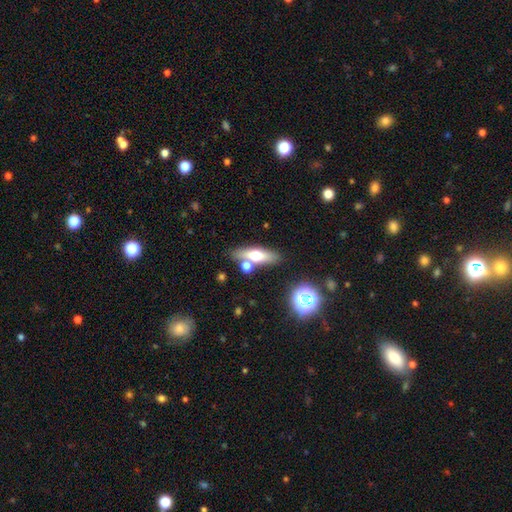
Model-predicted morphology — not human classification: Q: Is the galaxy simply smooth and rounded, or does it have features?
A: smooth — 52%.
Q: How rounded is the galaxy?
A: cigar-shaped — 53%.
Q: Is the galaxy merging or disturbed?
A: none — 72%.